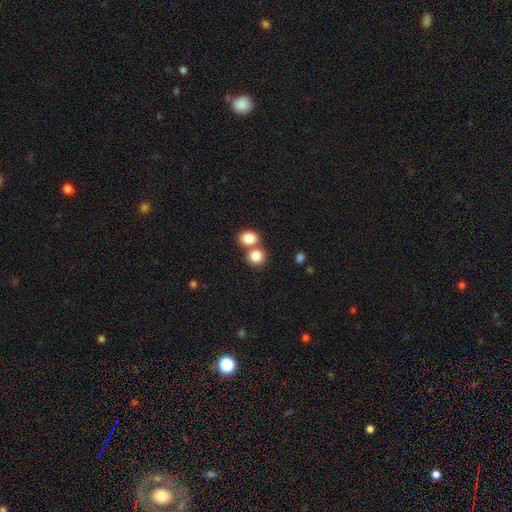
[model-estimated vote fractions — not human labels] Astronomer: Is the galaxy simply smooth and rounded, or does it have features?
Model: smooth — 84%.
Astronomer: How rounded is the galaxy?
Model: round — 80%.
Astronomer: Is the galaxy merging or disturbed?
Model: none — 46% (runner-up: merger, 44%).